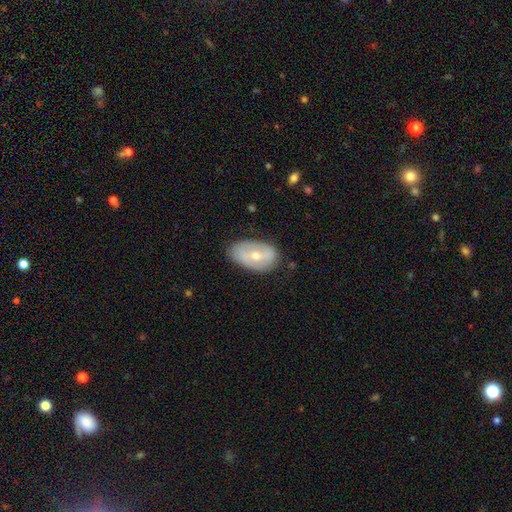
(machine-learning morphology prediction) Smooth or featured? featured or disk (50%)
Merging? none (74%)